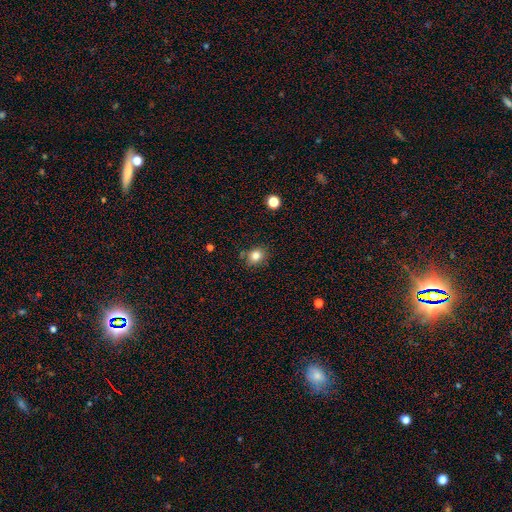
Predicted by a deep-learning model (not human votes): This is clearly a smooth galaxy (82%). How rounded: likely round (64%). Merging: likely none (79%).